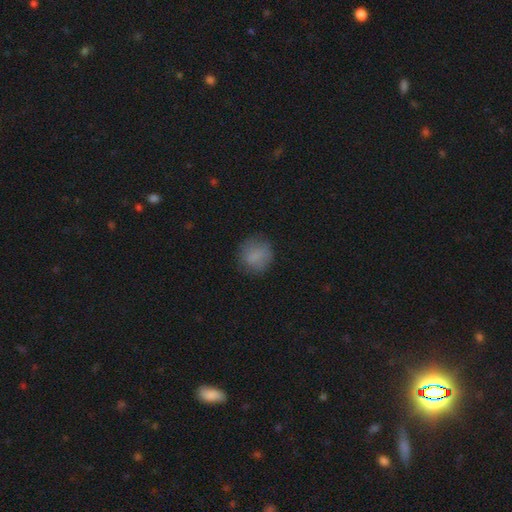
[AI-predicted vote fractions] Smooth or featured? smooth (81%)
How rounded? round (84%)
Merging? none (78%)